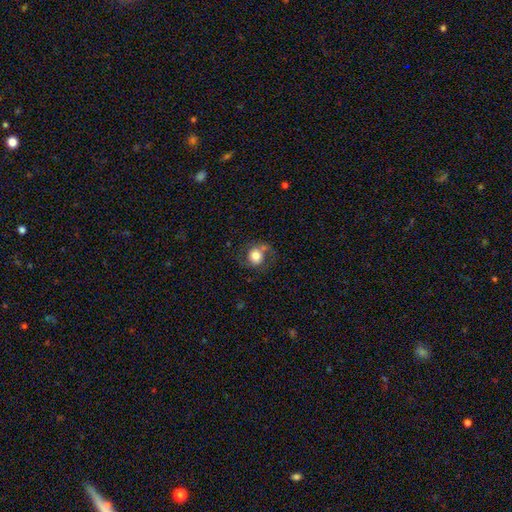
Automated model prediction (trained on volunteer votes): A smooth galaxy with no disk features (65%) that is round (78%). Merging: none (60%).